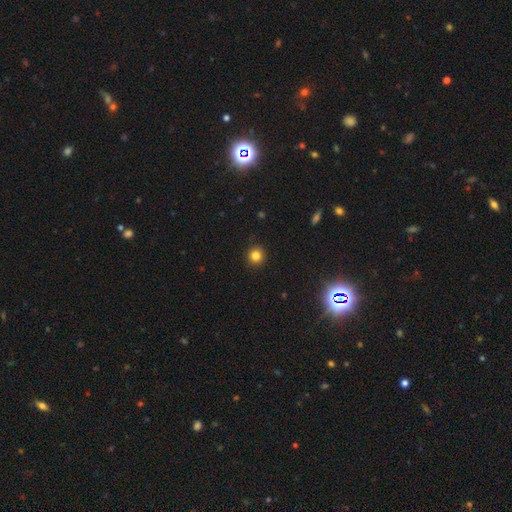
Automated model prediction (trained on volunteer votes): smooth_or_featured: smooth (p=0.83) [alt: star or artifact p=0.13]
how_rounded: round (p=0.94) [alt: in between p=0.05]
merging: none (p=0.93) [alt: minor disturbance p=0.05]